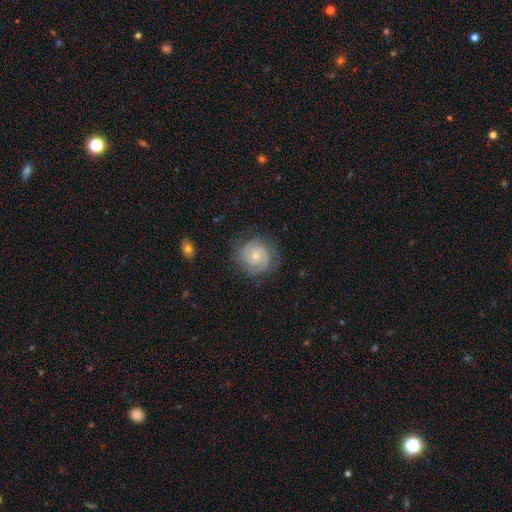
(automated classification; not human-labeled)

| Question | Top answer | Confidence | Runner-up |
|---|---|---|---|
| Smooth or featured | featured or disk | 73% | smooth (20%) |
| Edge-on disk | no | 98% | yes (2%) |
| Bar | no | 75% | weak (22%) |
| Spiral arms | yes | 94% | no (6%) |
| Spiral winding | tight | 60% | medium (31%) |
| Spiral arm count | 2 | 57% | can't tell (17%) |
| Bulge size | small | 66% | moderate (29%) |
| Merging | none | 76% | minor disturbance (16%) |